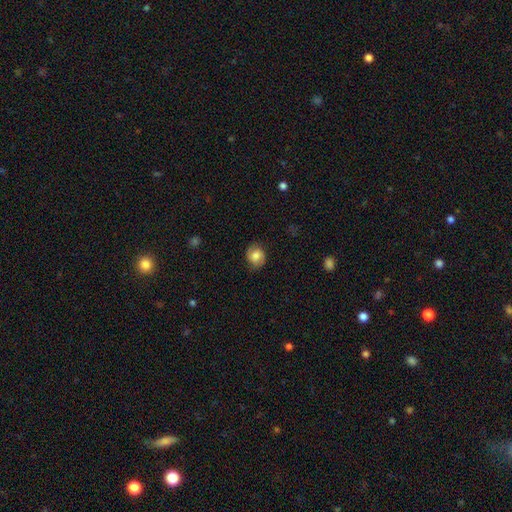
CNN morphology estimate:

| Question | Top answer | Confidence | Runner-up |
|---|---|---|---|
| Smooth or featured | smooth | 70% | featured or disk (21%) |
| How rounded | round | 71% | in between (28%) |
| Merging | none | 78% | minor disturbance (16%) |